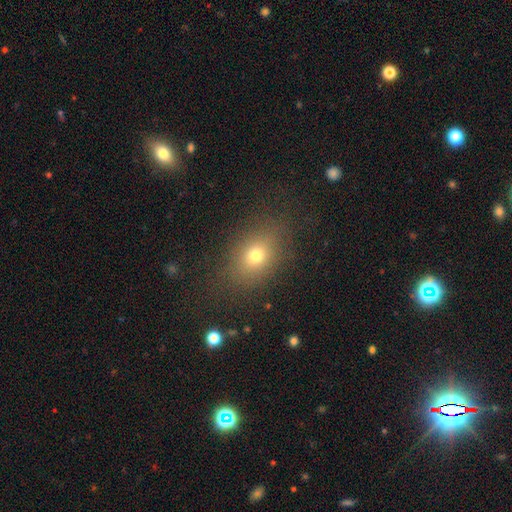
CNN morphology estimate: This appears to be a smooth galaxy with no disk features (72%) that is in between round and cigar-shaped (64%). Merging: none (80%).